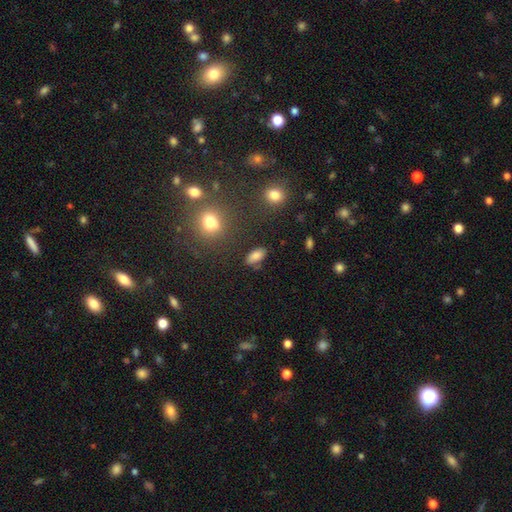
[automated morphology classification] smooth 82%, star or artifact 10%, featured or disk 8%. Down the decision tree: how rounded — in between (88%); merging — none (76%).